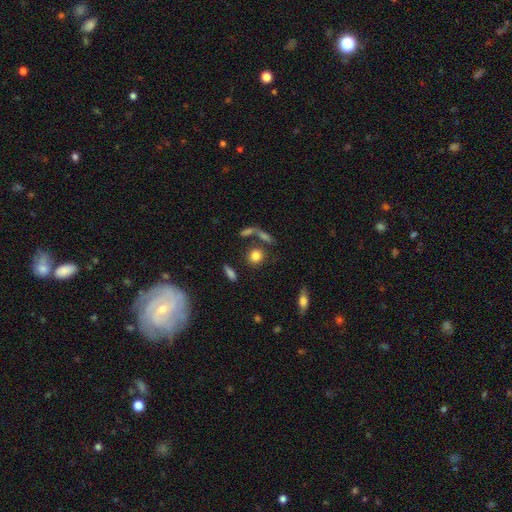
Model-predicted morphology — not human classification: Smooth or featured: smooth — 80% (star or artifact — 11%)
How rounded: round — 73% (in between — 24%)
Merging: none — 71% (merger — 14%)